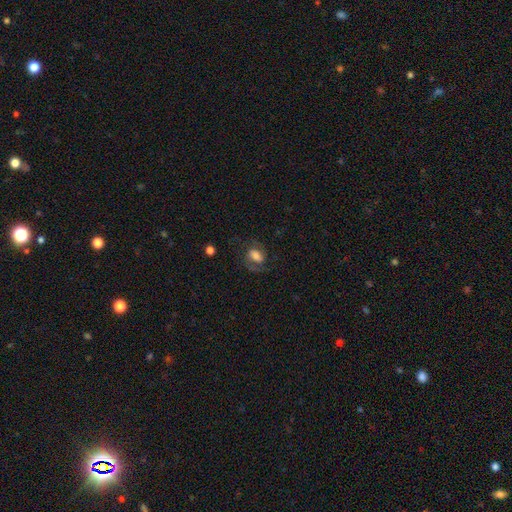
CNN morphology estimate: The model was most divided on "smooth or featured": featured or disk: 47%, smooth: 44%, star or artifact: 9%. More confident: merging — none (60%).